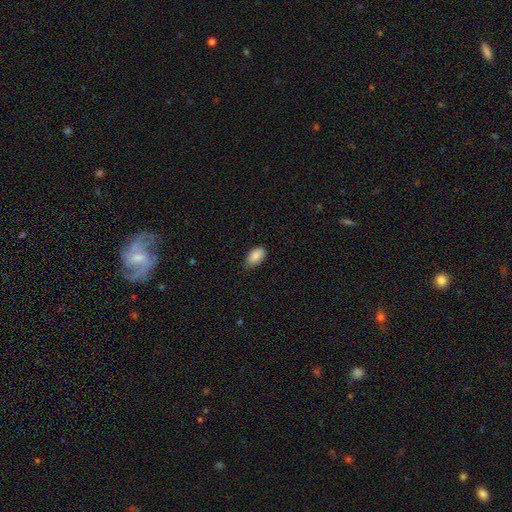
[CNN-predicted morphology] Overall: smooth (88%). How rounded: in between (94%). Merging: none (79%).